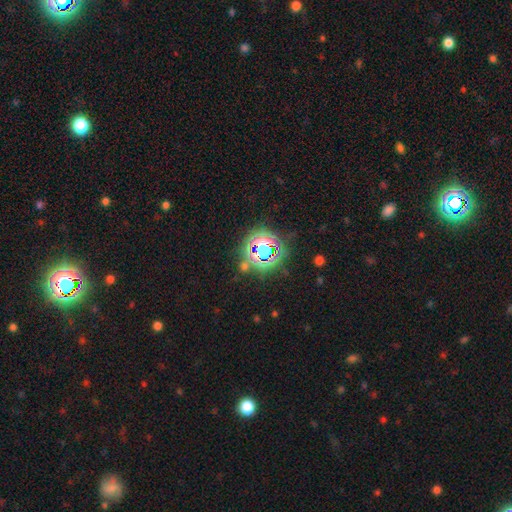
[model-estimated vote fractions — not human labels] Morphology: type=star or artifact (78%).